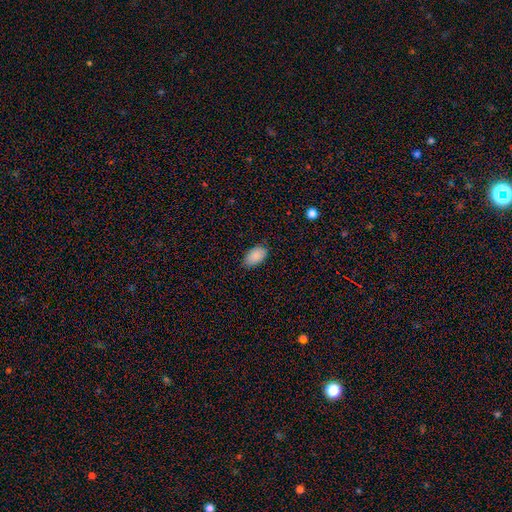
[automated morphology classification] smooth_or_featured: smooth (p=0.89) [alt: star or artifact p=0.07]
how_rounded: in between (p=0.94) [alt: round p=0.04]
merging: none (p=0.77) [alt: minor disturbance p=0.19]